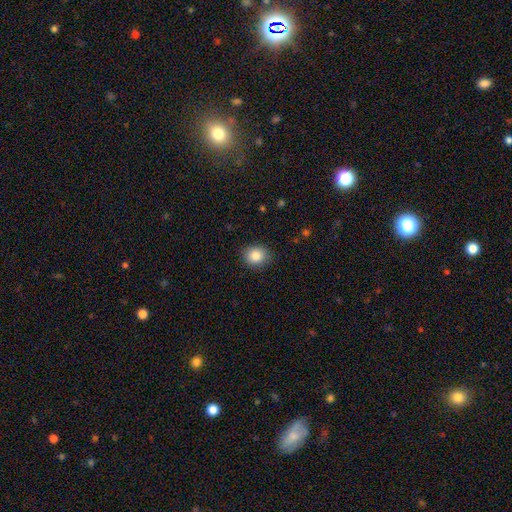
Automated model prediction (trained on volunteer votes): A smooth galaxy with no disk features (85%) that is round (73%).

Vote fractions:
- Smooth or featured? smooth: 85% / star or artifact: 10% / featured or disk: 5%
- How rounded? round: 73% / in between: 26% / cigar-shaped: 1%
- Merging? none: 88% / minor disturbance: 9% / major disturbance: 2% / merger: 1%